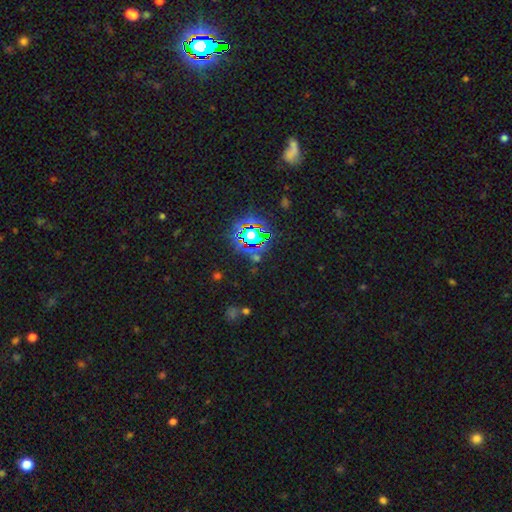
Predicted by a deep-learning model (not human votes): The model was most divided on "smooth or featured": star or artifact: 74%, smooth: 17%, featured or disk: 9%.